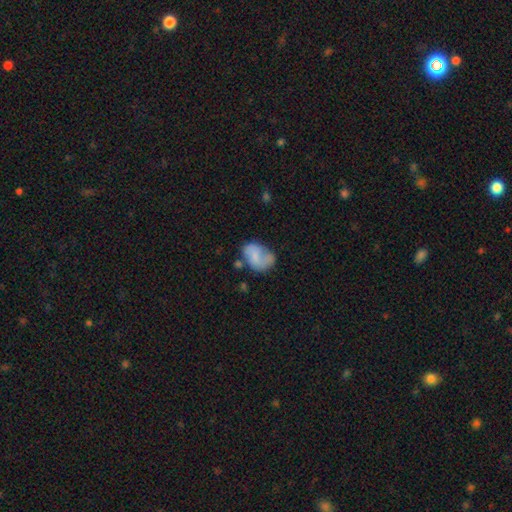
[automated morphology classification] Smooth or featured? Predicted: smooth (p=0.62). How rounded? Predicted: in between (p=0.77). Merging? Predicted: none (p=0.40).